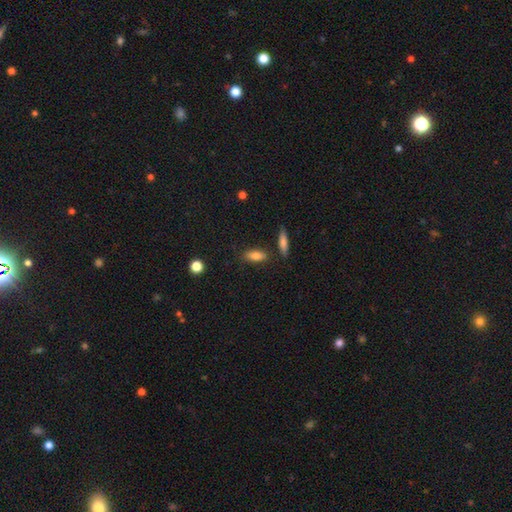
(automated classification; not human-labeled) Smooth or featured? smooth (83%)
How rounded? in between (76%)
Merging? none (78%)